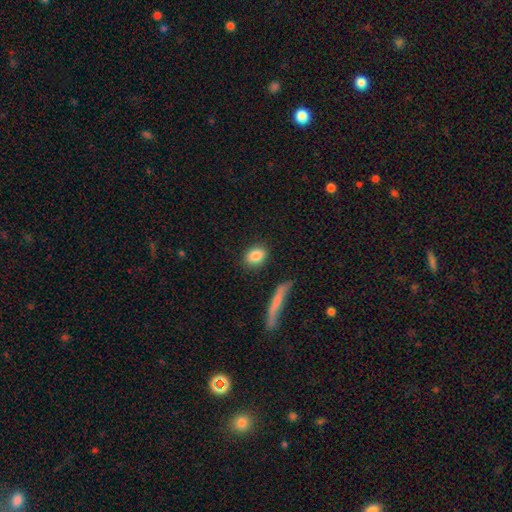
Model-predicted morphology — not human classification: This appears to be a smooth galaxy with no disk features (86%) that is in between round and cigar-shaped (61%). Merging: none (85%).